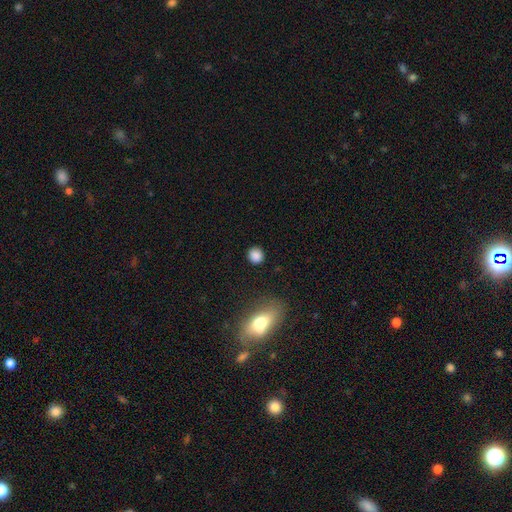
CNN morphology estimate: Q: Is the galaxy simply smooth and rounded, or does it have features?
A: smooth — 86%.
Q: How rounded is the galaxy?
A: round — 87%.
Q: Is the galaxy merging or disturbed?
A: none — 88%.